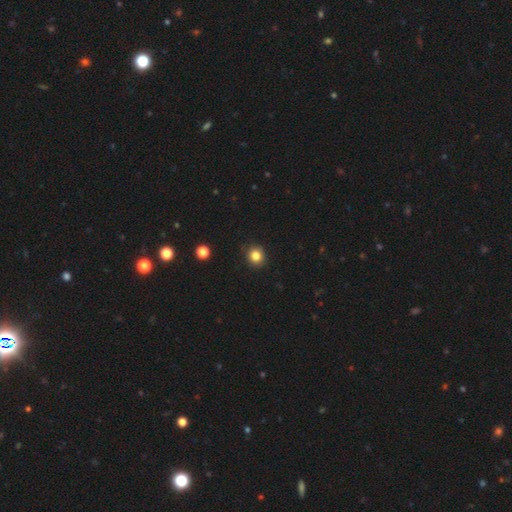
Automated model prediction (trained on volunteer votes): The model was most divided on "smooth or featured": smooth: 83%, star or artifact: 12%, featured or disk: 5%. More confident: merging — none (91%); how rounded — round (88%).